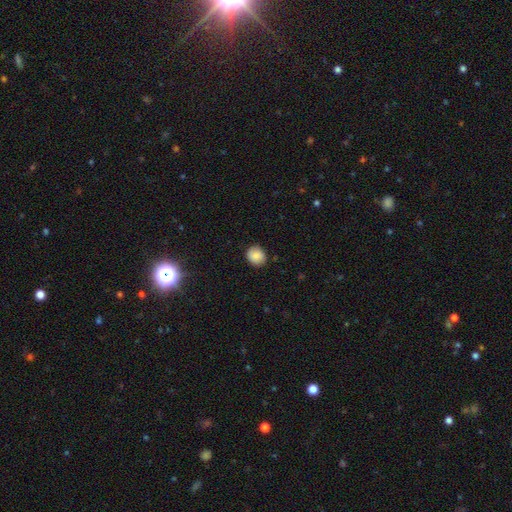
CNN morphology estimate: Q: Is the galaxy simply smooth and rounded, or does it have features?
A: smooth — 83%.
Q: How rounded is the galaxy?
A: round — 75%.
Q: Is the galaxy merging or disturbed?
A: none — 84%.